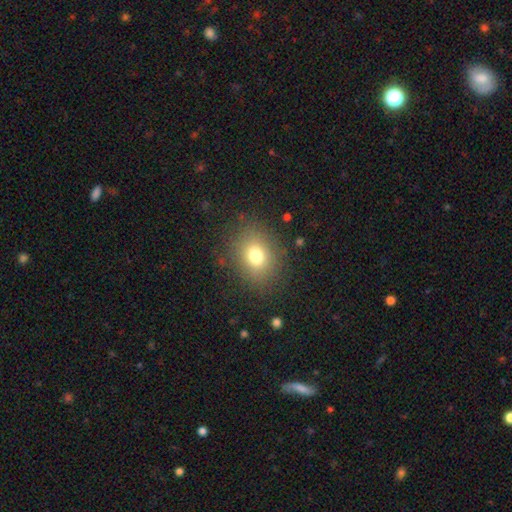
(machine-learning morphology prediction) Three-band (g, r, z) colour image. It shows a smooth galaxy with no disk features (76%) that is in between round and cigar-shaped (50%). Merging: none (84%).